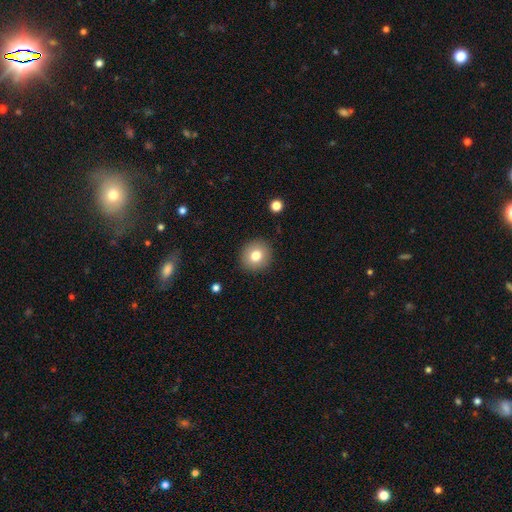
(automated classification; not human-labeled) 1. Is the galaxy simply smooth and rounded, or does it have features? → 79% smooth, 11% featured or disk, 10% star or artifact.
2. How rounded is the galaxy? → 90% round, 9% in between, 1% cigar-shaped.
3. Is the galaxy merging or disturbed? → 91% none, 6% minor disturbance, 2% major disturbance, 1% merger.